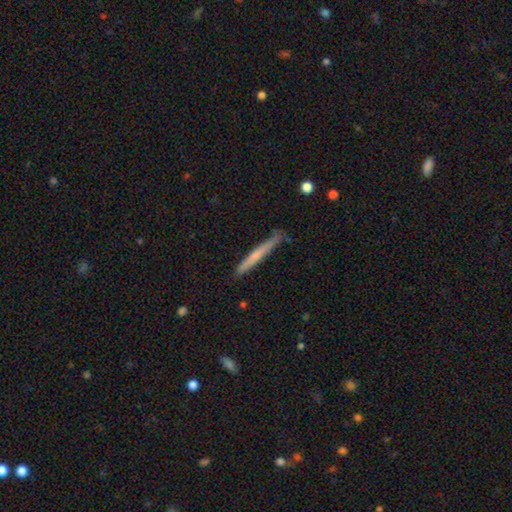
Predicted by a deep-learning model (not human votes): Smooth or featured? Predicted: smooth (p=0.56). How rounded? Predicted: cigar-shaped (p=0.97). Merging? Predicted: none (p=0.84).